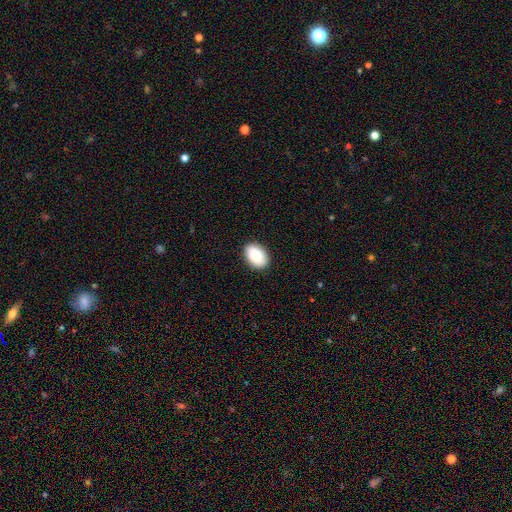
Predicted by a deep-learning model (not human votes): A smooth galaxy with no disk features (87%) that is in between round and cigar-shaped (88%). Merging: none (89%).